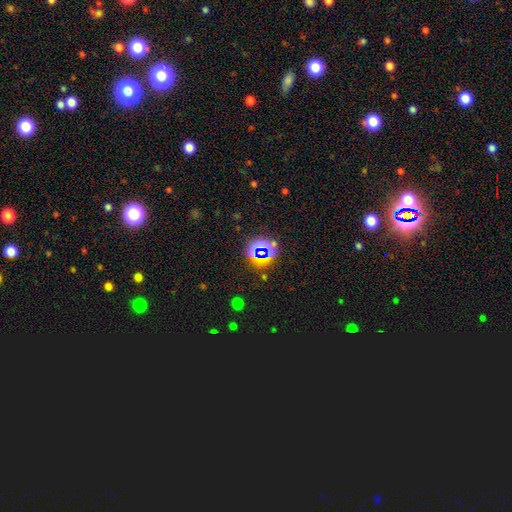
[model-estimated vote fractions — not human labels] This is likely a star or artifact rather than a galaxy (72%).